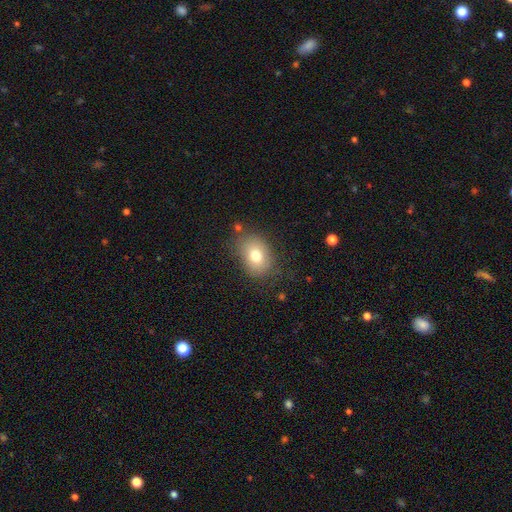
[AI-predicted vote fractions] Smooth or featured: smooth — 75% (featured or disk — 14%)
How rounded: in between — 68% (round — 31%)
Merging: none — 77% (minor disturbance — 15%)